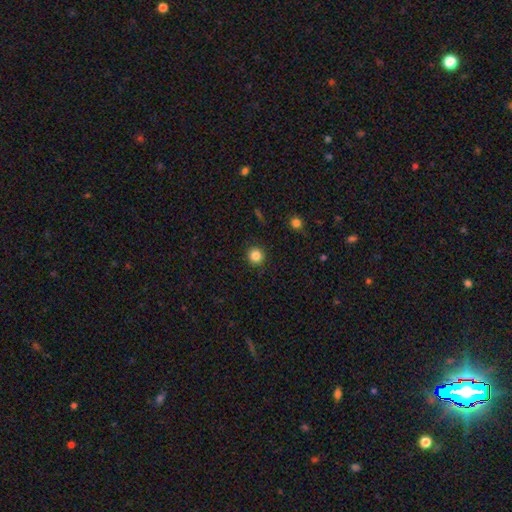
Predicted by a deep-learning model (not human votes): Smooth or featured?
  - smooth: 84% *
  - star or artifact: 11%
  - featured or disk: 4%
How rounded?
  - round: 93% *
  - in between: 6%
  - cigar-shaped: 1%
Merging?
  - none: 91% *
  - minor disturbance: 6%
  - major disturbance: 2%
  - merger: 1%